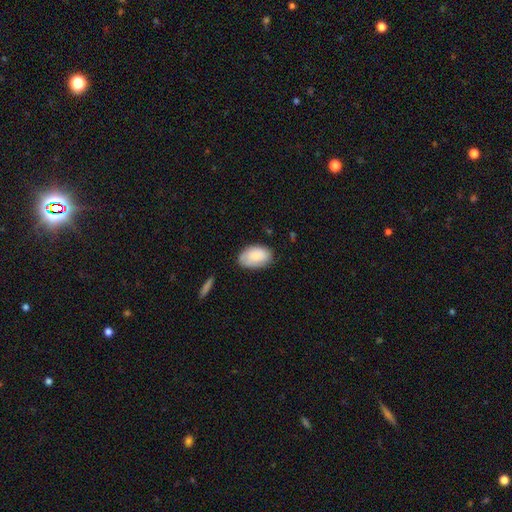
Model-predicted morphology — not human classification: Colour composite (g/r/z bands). It shows a smooth galaxy with no disk features (76%) that is in between round and cigar-shaped (90%). Merging: none (73%).